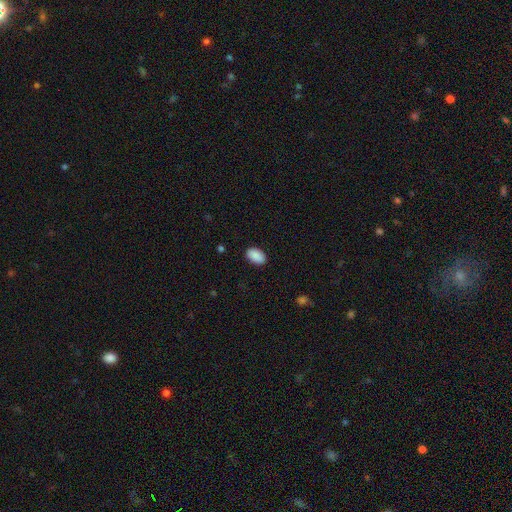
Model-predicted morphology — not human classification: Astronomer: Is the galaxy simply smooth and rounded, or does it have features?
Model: smooth — 90%.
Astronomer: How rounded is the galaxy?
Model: in between — 93%.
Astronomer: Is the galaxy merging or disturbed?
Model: none — 88%.